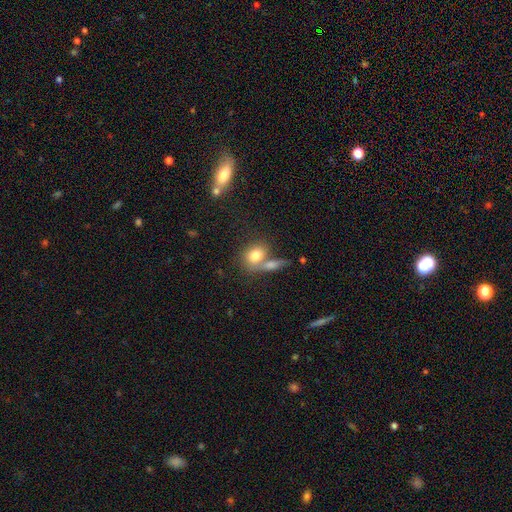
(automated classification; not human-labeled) Smooth or featured? smooth (78%)
How rounded? in between (53%)
Merging? none (43%)